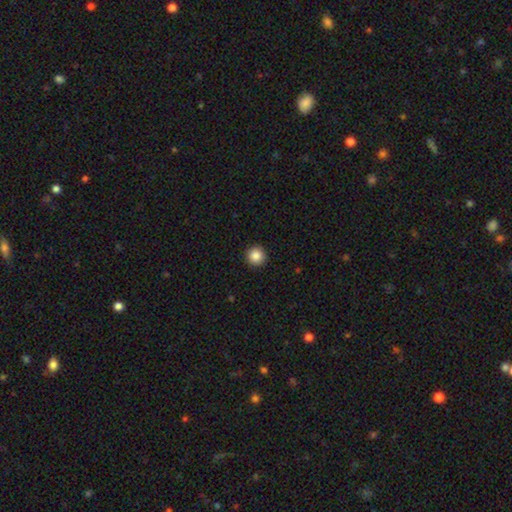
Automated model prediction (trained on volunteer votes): smooth 87%, star or artifact 10%, featured or disk 4%. Down the decision tree: how rounded — round (96%); merging — none (93%).